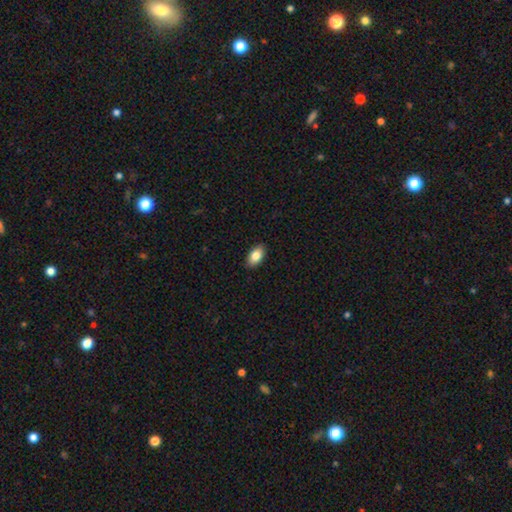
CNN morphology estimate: Q: Smooth or featured?
A: smooth (83%); runner-up: featured or disk (9%)
Q: How rounded?
A: in between (92%); runner-up: round (5%)
Q: Merging?
A: none (89%); runner-up: minor disturbance (8%)